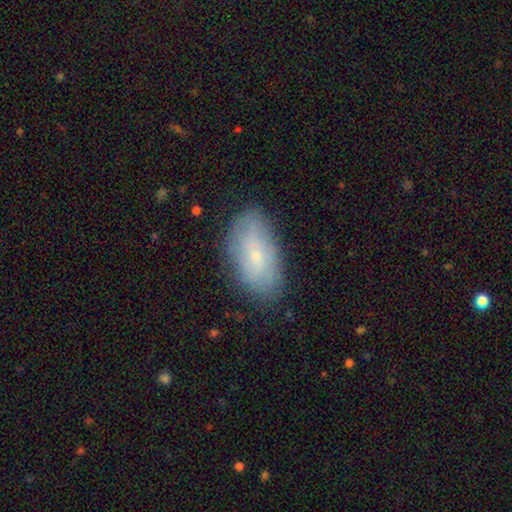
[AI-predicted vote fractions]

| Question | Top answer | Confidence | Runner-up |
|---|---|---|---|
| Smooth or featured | smooth | 62% | featured or disk (31%) |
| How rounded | in between | 93% | round (4%) |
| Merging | none | 78% | minor disturbance (16%) |